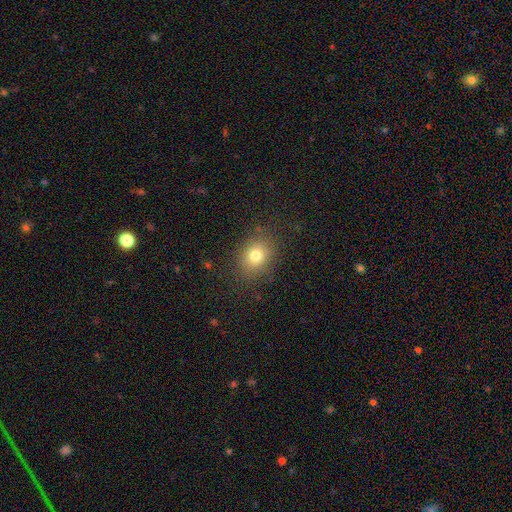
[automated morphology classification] This appears to be a smooth galaxy with no disk features (77%) that is round (56%). Merging: none (84%).